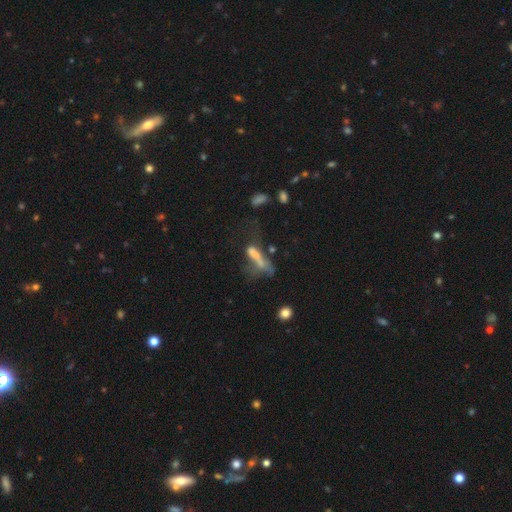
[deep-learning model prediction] smooth 48%, featured or disk 38%, star or artifact 15%. Down the decision tree: merging — major disturbance (47%).